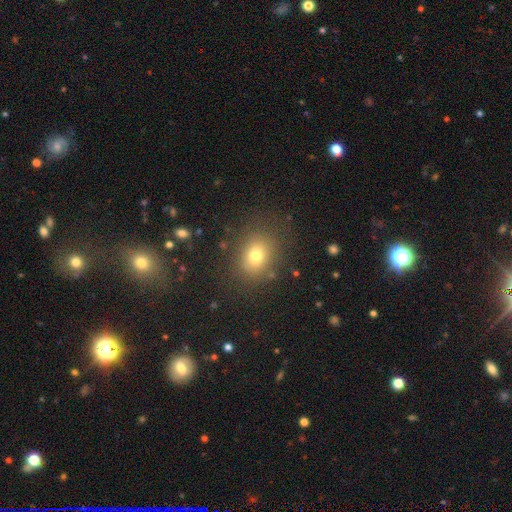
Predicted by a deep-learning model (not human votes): smooth_or_featured: smooth (p=0.74) [alt: star or artifact p=0.14]
how_rounded: in between (p=0.51) [alt: round p=0.48]
merging: none (p=0.81) [alt: minor disturbance p=0.12]